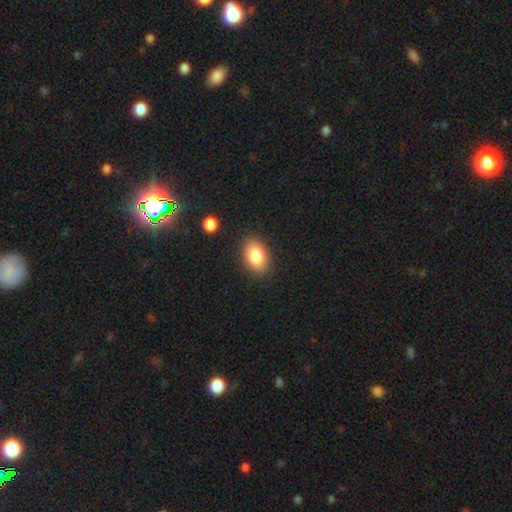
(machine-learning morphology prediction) The model was most divided on "smooth or featured": smooth: 84%, featured or disk: 8%, star or artifact: 8%. More confident: how rounded — in between (87%); merging — none (87%).